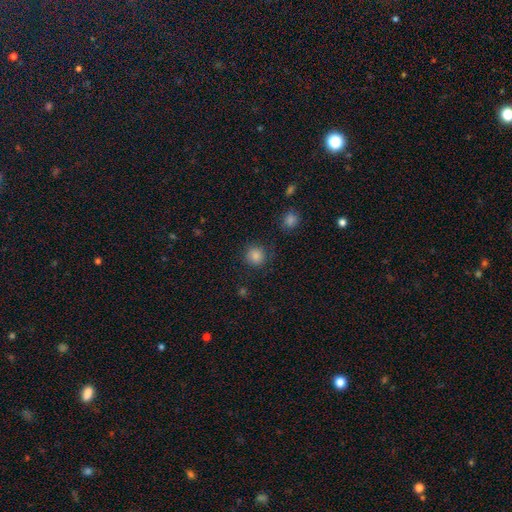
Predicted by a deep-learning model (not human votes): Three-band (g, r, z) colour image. It shows a smooth galaxy with no disk features (83%) that is round (90%). Merging: none (81%).